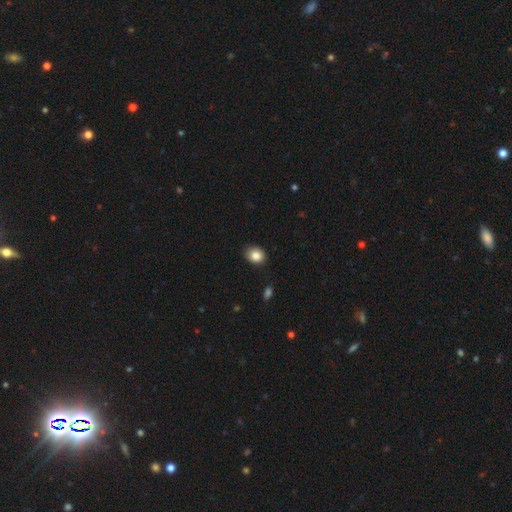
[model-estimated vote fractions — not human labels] Smooth or featured? smooth (85%)
How rounded? round (56%)
Merging? none (83%)